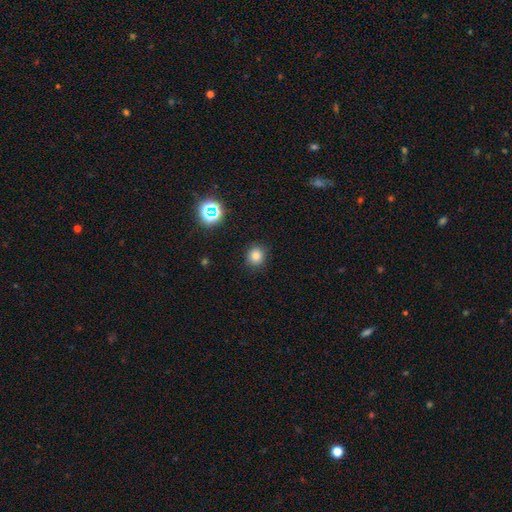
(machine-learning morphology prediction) smooth-or-featured: smooth: 80% | star or artifact: 15% | featured or disk: 5%
  how-rounded: round: 85% | in between: 14% | cigar-shaped: 1%
  merging: none: 88% | minor disturbance: 8% | major disturbance: 3% | merger: 1%